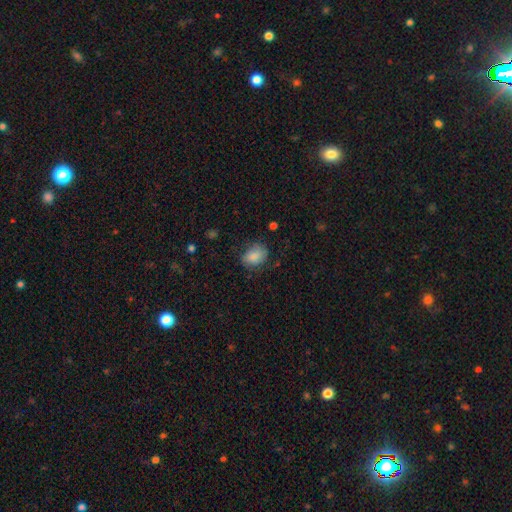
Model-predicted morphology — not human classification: Smooth or featured: smooth — 86% (star or artifact — 8%)
How rounded: in between — 71% (round — 28%)
Merging: none — 68% (minor disturbance — 23%)